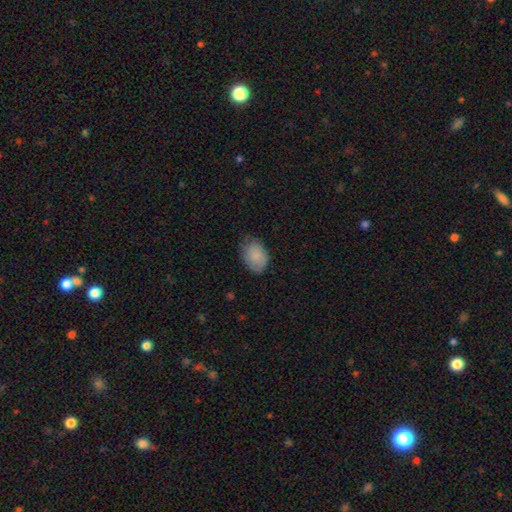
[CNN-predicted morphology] Smooth or featured: smooth — 84% (featured or disk — 10%)
How rounded: in between — 79% (round — 20%)
Merging: none — 66% (minor disturbance — 27%)